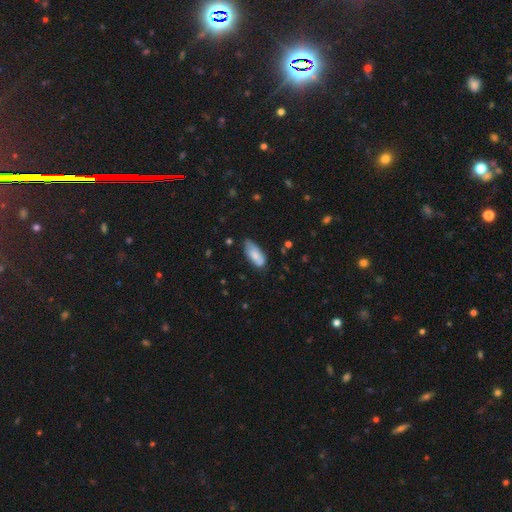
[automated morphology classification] A smooth galaxy with no disk features (74%) that is in between round and cigar-shaped (84%).

Vote fractions:
- Smooth or featured? smooth: 74% / featured or disk: 20% / star or artifact: 7%
- How rounded? in between: 84% / cigar-shaped: 14% / round: 2%
- Merging? none: 57% / minor disturbance: 32% / major disturbance: 7% / merger: 4%